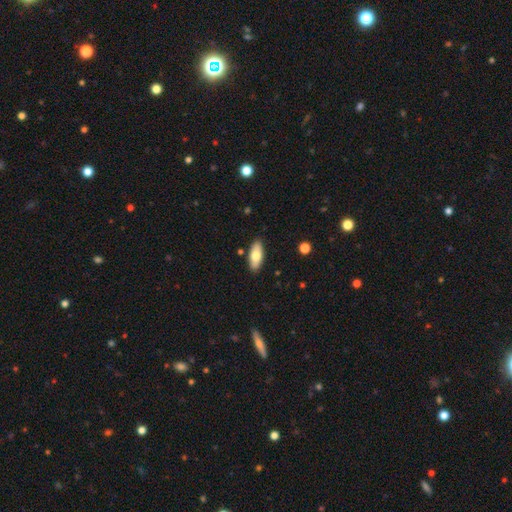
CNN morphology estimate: The model was most divided on "smooth or featured": smooth: 71%, featured or disk: 23%, star or artifact: 6%. More confident: merging — none (88%); how rounded — in between (82%).